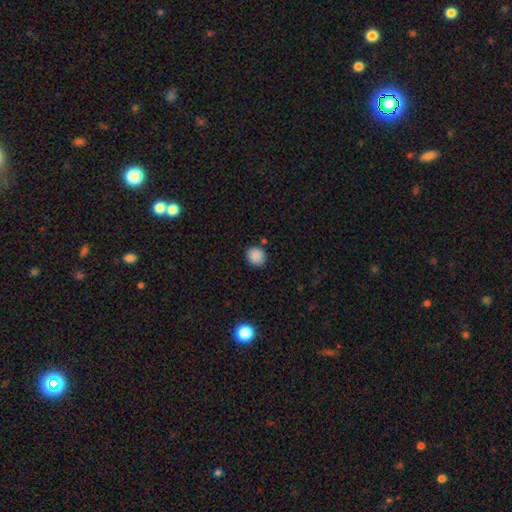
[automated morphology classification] Smooth or featured: smooth — 87% (star or artifact — 9%)
How rounded: round — 82% (in between — 17%)
Merging: none — 83% (minor disturbance — 11%)